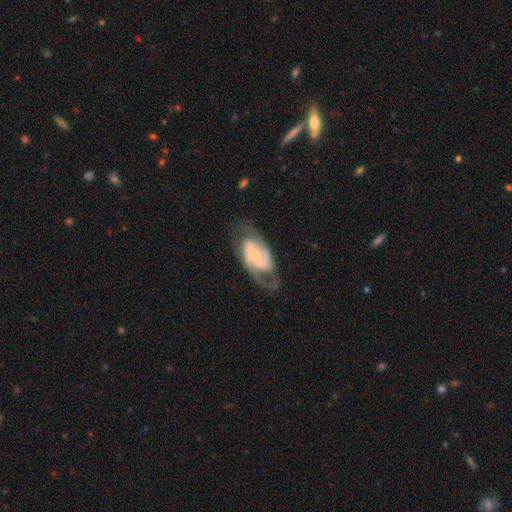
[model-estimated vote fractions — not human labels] Q: Smooth or featured?
A: featured or disk (84%); runner-up: smooth (11%)
Q: Edge-on disk?
A: no (96%); runner-up: yes (4%)
Q: Bar?
A: weak (45%); runner-up: no (30%)
Q: Spiral arms?
A: yes (94%); runner-up: no (6%)
Q: Spiral winding?
A: medium (50%); runner-up: tight (33%)
Q: Spiral arm count?
A: 2 (82%); runner-up: can't tell (9%)
Q: Bulge size?
A: small (64%); runner-up: moderate (30%)
Q: Merging?
A: none (67%); runner-up: minor disturbance (20%)